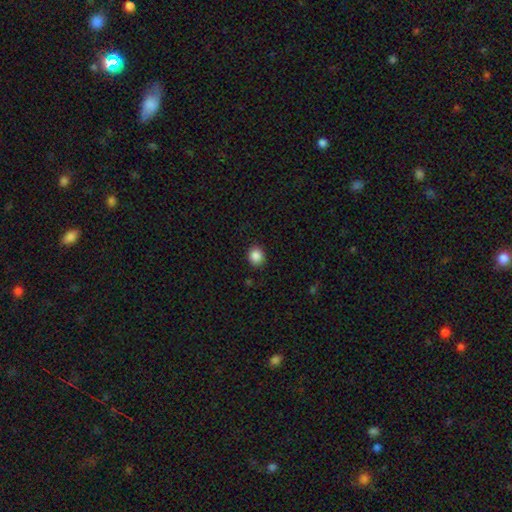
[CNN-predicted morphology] This is clearly a smooth galaxy (87%). How rounded: likely round (76%). Merging: clearly none (90%).